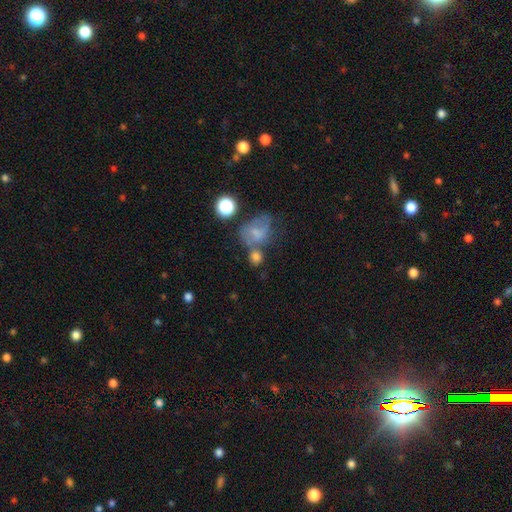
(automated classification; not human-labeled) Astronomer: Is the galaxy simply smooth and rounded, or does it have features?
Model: smooth — 51% (runner-up: featured or disk, 30%).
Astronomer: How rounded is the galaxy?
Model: in between — 49%, tied with round at 49%.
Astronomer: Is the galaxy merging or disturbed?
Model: none — 36% (runner-up: merger, 30%).